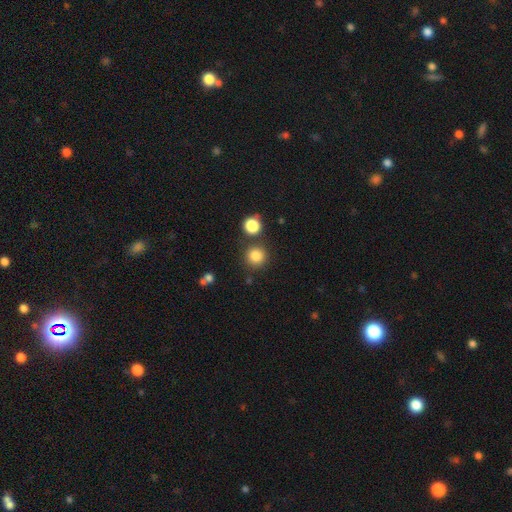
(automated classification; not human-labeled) This is clearly a smooth galaxy (83%). How rounded: clearly round (93%). Merging: clearly none (82%).